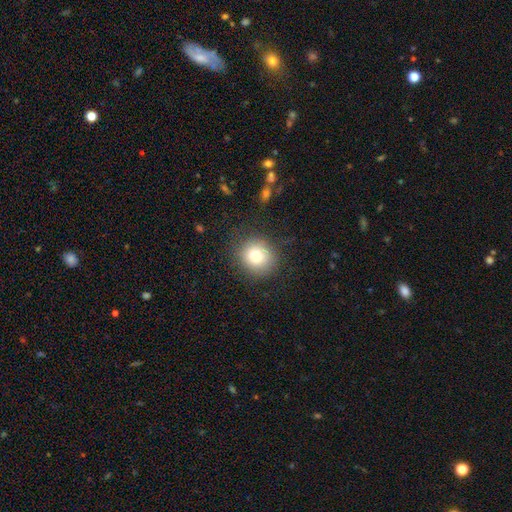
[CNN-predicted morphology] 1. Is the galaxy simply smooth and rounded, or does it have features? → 79% smooth, 11% featured or disk, 11% star or artifact.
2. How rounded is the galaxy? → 86% round, 13% in between, 1% cigar-shaped.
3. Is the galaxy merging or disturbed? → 83% none, 11% minor disturbance, 5% major disturbance, 1% merger.